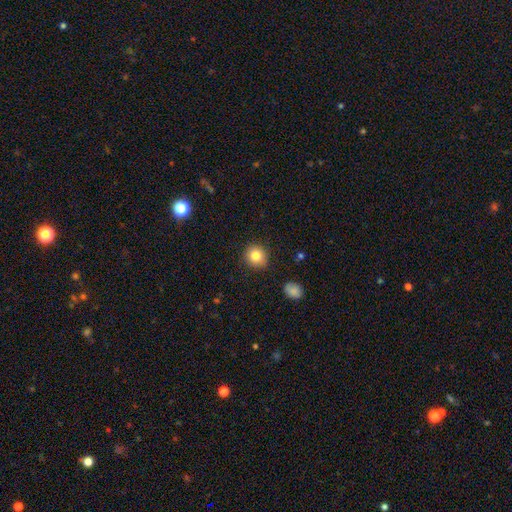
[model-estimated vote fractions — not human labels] Morphology: type=smooth (83%); roundness=round (89%); merging=none (90%).